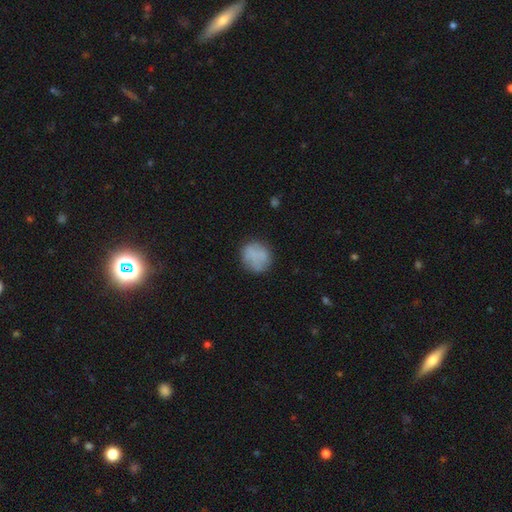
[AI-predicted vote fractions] This is likely a smooth galaxy (78%). How rounded: clearly round (84%). Merging: likely none (74%).